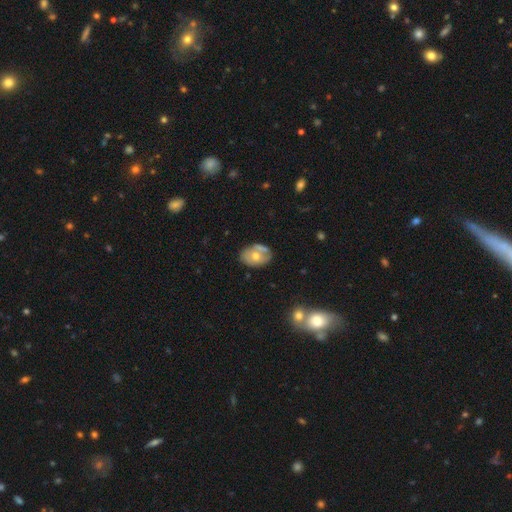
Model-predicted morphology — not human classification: Smooth or featured?
  - smooth: 50% *
  - featured or disk: 42%
  - star or artifact: 8%
How rounded?
  - in between: 79% *
  - round: 20%
  - cigar-shaped: 1%
Merging?
  - none: 61% *
  - minor disturbance: 21%
  - merger: 13%
  - major disturbance: 5%